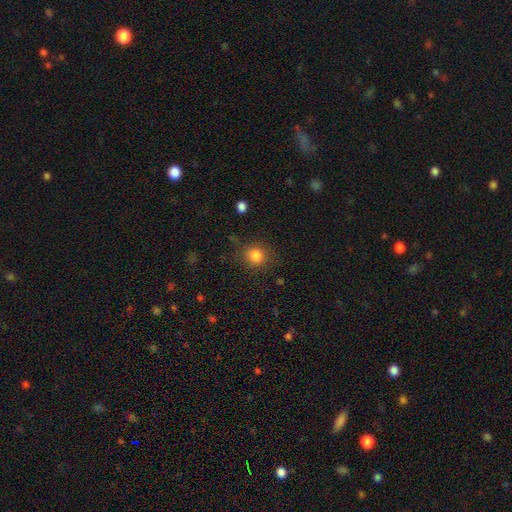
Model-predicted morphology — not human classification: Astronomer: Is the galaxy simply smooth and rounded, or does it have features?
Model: smooth — 83%.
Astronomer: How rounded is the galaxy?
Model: round — 86%.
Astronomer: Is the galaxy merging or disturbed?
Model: none — 82%.